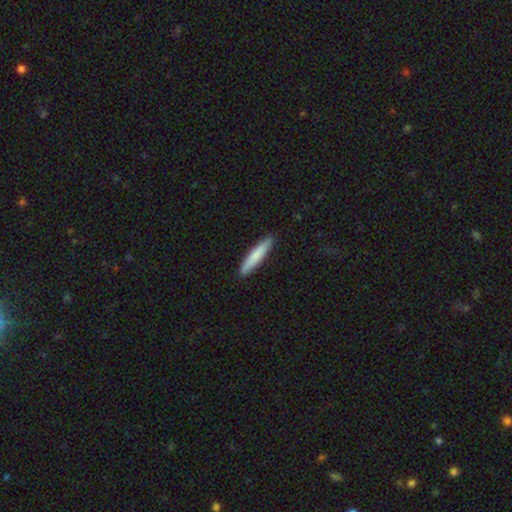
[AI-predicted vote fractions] A smooth galaxy with no disk features (78%) that is cigar-shaped (90%). Merging: none (89%).